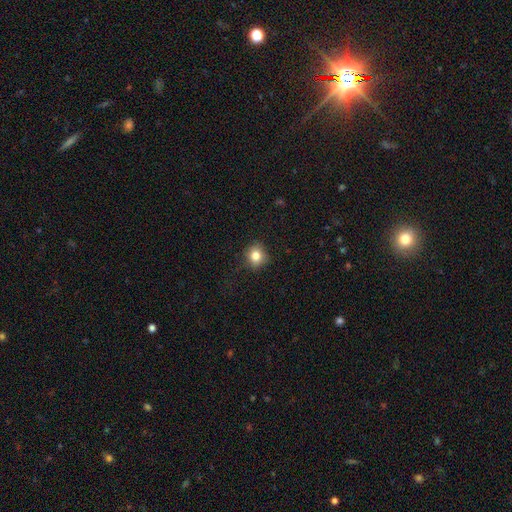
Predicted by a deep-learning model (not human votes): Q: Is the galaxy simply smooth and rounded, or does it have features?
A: smooth — 82%.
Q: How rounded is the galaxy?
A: round — 80%.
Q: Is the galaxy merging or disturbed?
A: none — 82%.